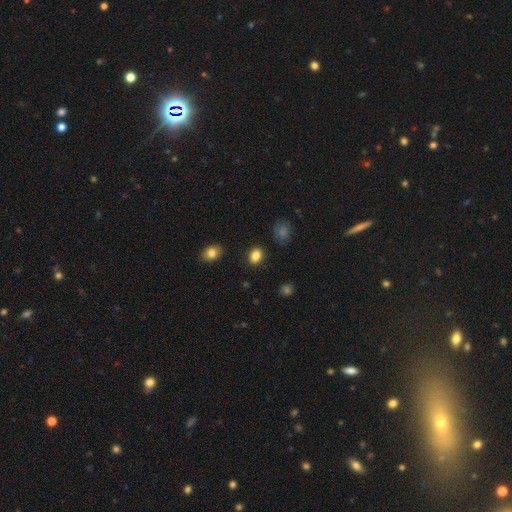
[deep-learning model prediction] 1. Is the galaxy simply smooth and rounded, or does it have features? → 84% smooth, 10% star or artifact, 6% featured or disk.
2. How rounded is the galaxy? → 69% in between, 29% round, 1% cigar-shaped.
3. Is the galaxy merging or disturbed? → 88% none, 8% minor disturbance, 2% major disturbance, 2% merger.